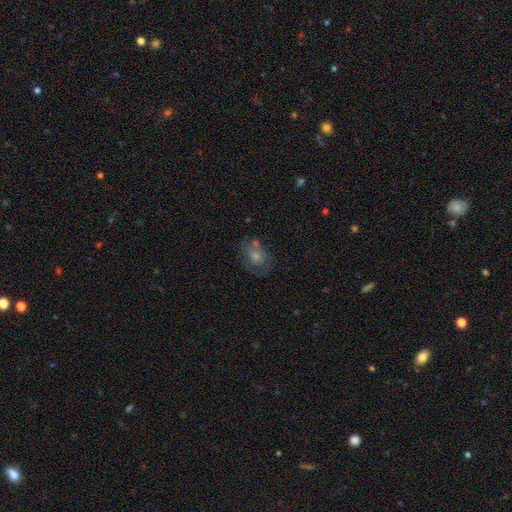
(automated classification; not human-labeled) smooth_or_featured: featured or disk (p=0.45) [alt: smooth p=0.36]
merging: none (p=0.61) [alt: minor disturbance p=0.18]